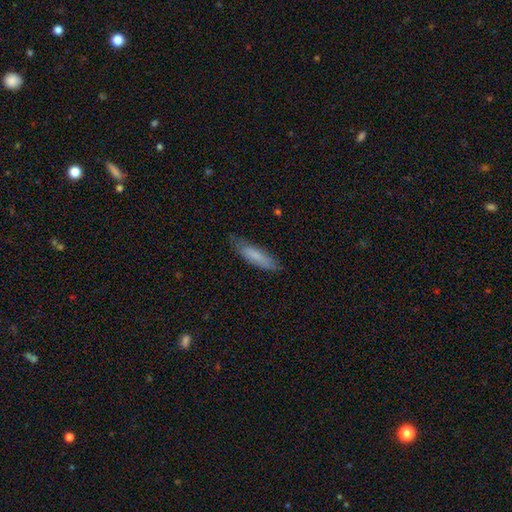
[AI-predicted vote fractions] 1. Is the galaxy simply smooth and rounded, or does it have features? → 75% smooth, 19% featured or disk, 6% star or artifact.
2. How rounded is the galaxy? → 65% cigar-shaped, 34% in between, 1% round.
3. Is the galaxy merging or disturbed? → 74% none, 20% minor disturbance, 4% major disturbance, 1% merger.